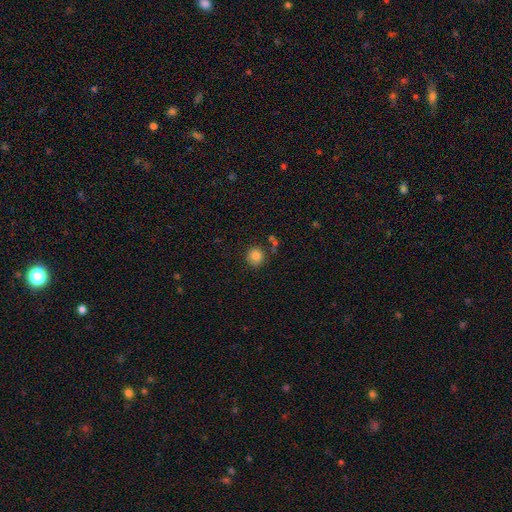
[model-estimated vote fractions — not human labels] Morphology: type=smooth (83%); roundness=round (91%); merging=none (81%).